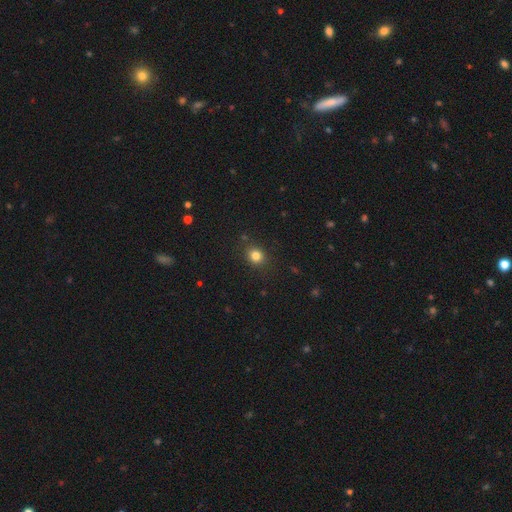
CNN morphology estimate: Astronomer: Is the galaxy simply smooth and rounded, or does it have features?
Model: smooth — 81%.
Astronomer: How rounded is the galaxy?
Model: round — 74%.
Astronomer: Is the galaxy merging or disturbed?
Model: none — 86%.